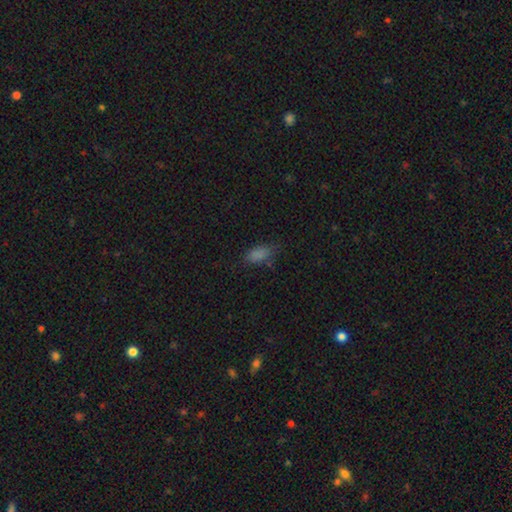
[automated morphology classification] This appears to be a smooth galaxy with no disk features (77%) that is in between round and cigar-shaped (83%). Merging: none (65%).